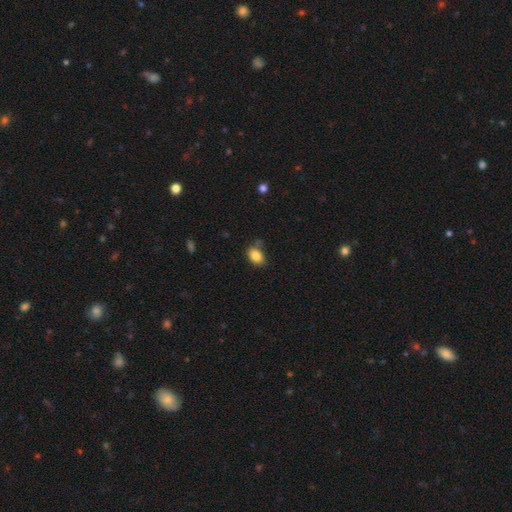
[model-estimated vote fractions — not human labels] This is clearly a smooth galaxy (85%). How rounded: likely in between (80%). Merging: likely none (70%).